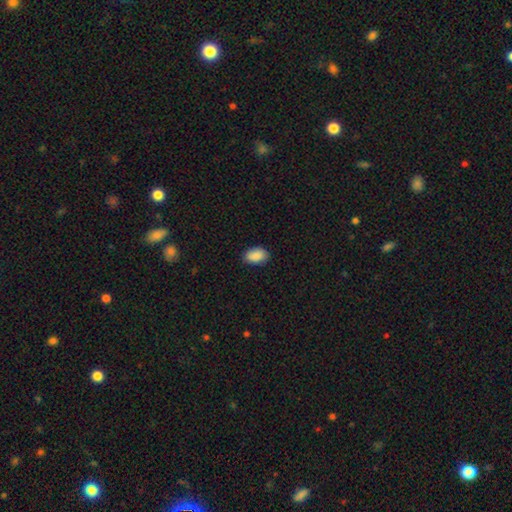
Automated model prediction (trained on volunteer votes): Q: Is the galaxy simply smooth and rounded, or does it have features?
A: smooth — 90%.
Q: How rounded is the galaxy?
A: in between — 91%.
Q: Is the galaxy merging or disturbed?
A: none — 85%.